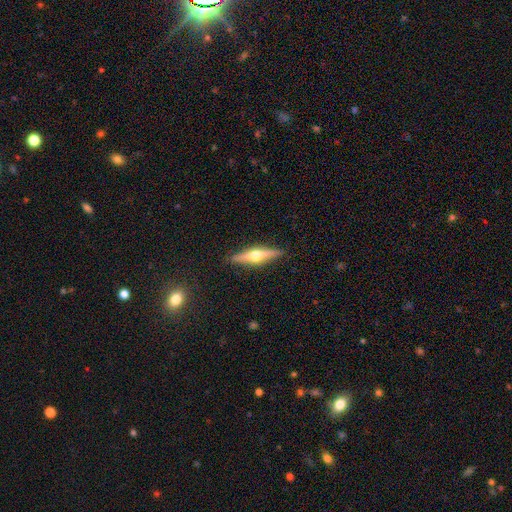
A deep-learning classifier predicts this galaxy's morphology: A featured or disk galaxy (67%) viewed edge-on (96%) with a rounded central bulge (95%).

Vote fractions:
- Smooth or featured? featured or disk: 67% / smooth: 27% / star or artifact: 6%
- Edge-on disk? yes: 96% / no: 4%
- Edge-on bulge? rounded: 95% / boxy: 3% / none: 2%
- Merging? none: 90% / minor disturbance: 8% / major disturbance: 2% / merger: 1%